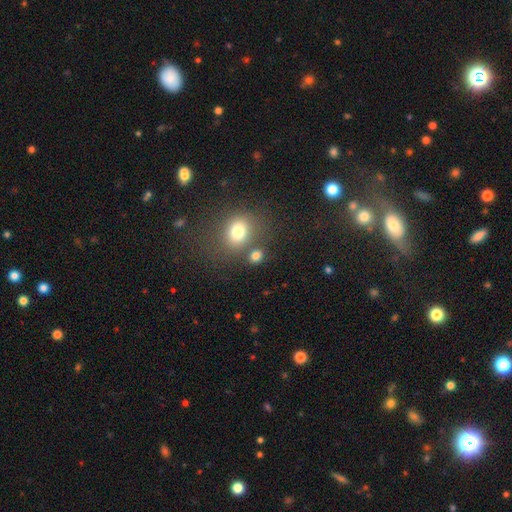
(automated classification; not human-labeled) smooth-or-featured: smooth: 79% | star or artifact: 14% | featured or disk: 7%
  how-rounded: round: 58% | in between: 40% | cigar-shaped: 2%
  merging: none: 66% | merger: 19% | minor disturbance: 11% | major disturbance: 5%